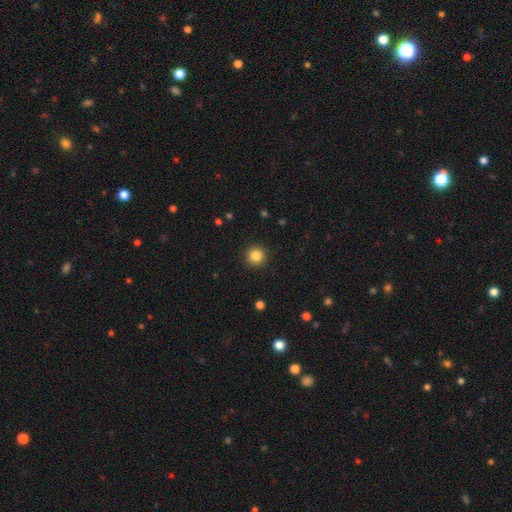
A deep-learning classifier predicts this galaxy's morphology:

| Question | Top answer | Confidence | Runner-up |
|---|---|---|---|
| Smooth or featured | smooth | 84% | star or artifact (11%) |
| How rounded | round | 95% | in between (4%) |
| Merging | none | 92% | minor disturbance (5%) |